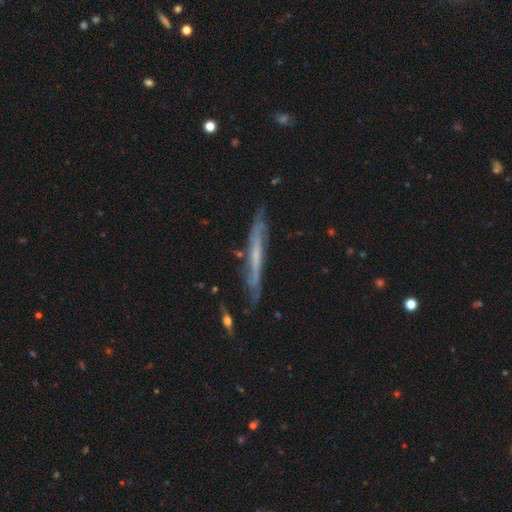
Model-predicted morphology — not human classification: Smooth or featured? featured or disk (63%)
Edge-on disk? yes (84%)
Edge-on bulge? none (80%)
Merging? none (72%)